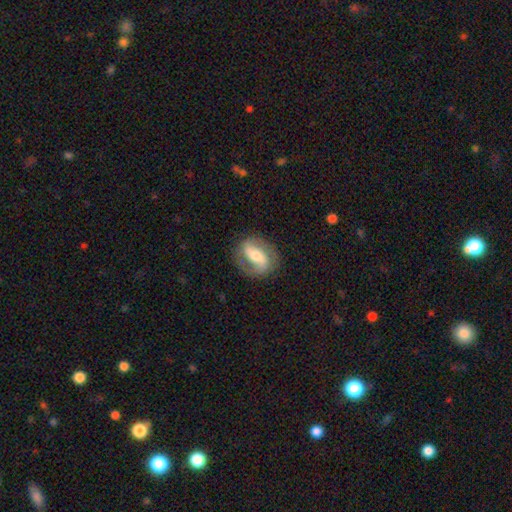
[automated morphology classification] Smooth or featured: featured or disk — 74% (smooth — 20%)
Edge-on disk: no — 95% (yes — 5%)
Bar: strong — 42% (weak — 35%)
Spiral arms: yes — 87% (no — 13%)
Spiral winding: medium — 44% (loose — 33%)
Spiral arm count: 2 — 87% (can't tell — 5%)
Bulge size: moderate — 63% (small — 25%)
Merging: none — 80% (minor disturbance — 13%)